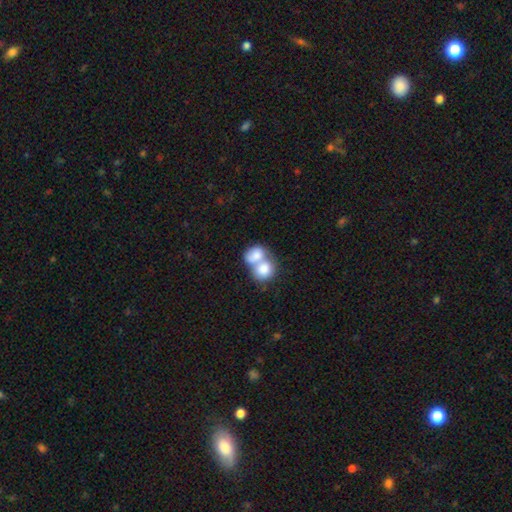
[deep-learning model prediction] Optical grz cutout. It shows a smooth galaxy with no disk features (77%) that is in between round and cigar-shaped (56%). Merging: merger (77%).